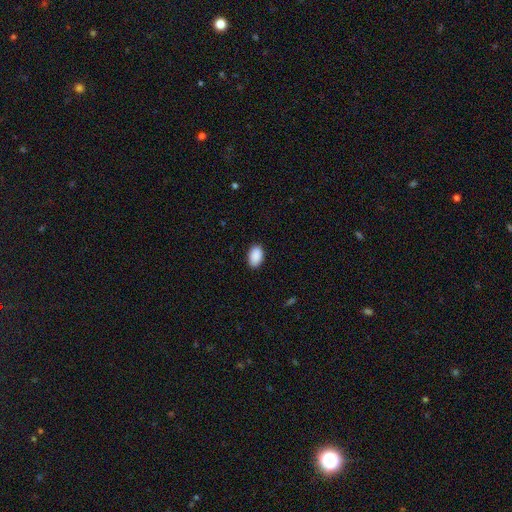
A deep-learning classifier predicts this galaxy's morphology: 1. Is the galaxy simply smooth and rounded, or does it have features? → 91% smooth, 7% star or artifact, 2% featured or disk.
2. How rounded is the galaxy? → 90% in between, 9% round, 1% cigar-shaped.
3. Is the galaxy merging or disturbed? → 88% none, 9% minor disturbance, 2% major disturbance, 1% merger.